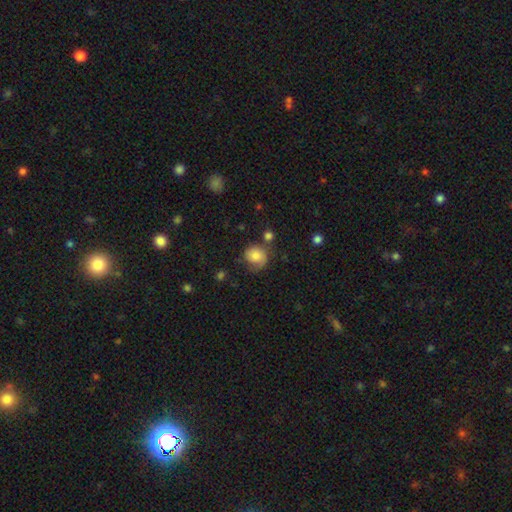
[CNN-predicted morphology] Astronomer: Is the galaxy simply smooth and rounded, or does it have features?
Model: smooth — 73%.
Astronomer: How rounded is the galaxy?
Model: round — 75%.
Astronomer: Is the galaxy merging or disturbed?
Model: none — 54%.